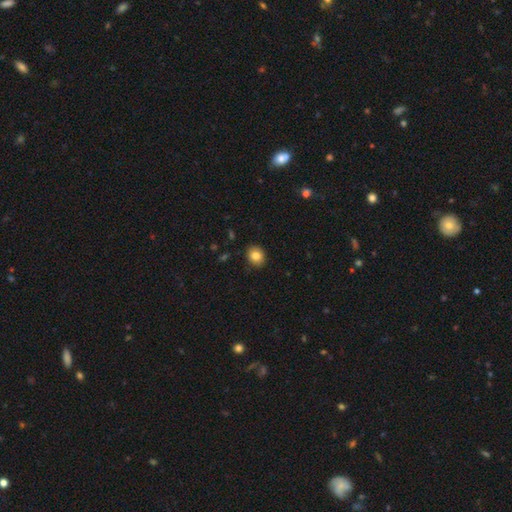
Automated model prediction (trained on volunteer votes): A smooth galaxy with no disk features (83%) that is round (61%).

Vote fractions:
- Smooth or featured? smooth: 83% / star or artifact: 9% / featured or disk: 7%
- How rounded? round: 61% / in between: 39% / cigar-shaped: 1%
- Merging? none: 89% / minor disturbance: 8% / major disturbance: 2% / merger: 1%